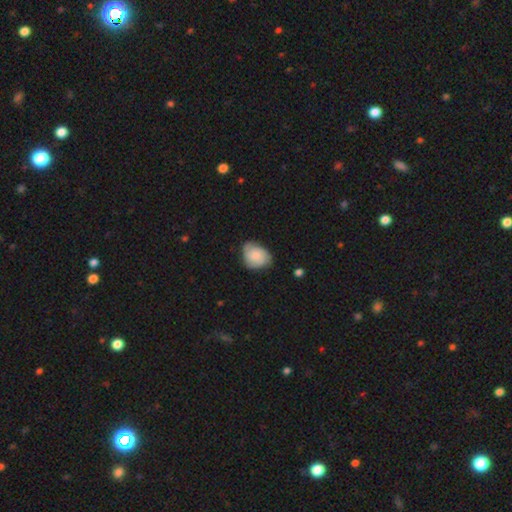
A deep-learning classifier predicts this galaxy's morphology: Overall: smooth (52%; featured or disk 40%). How rounded: in between (59%; round 40%). Merging: none (64%; minor disturbance 28%).